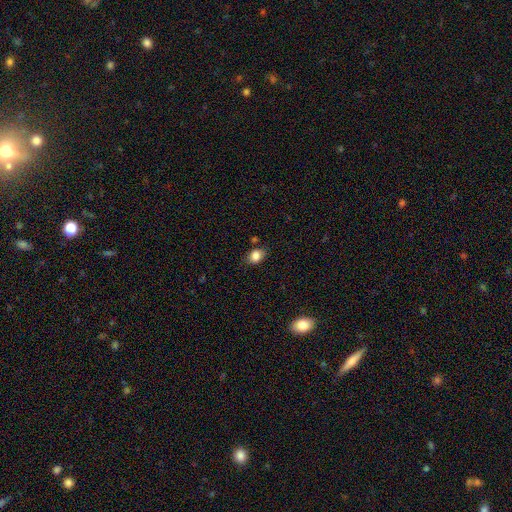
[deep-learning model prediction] smooth 84%, star or artifact 10%, featured or disk 6%. Down the decision tree: how rounded — in between (69%); merging — none (76%).